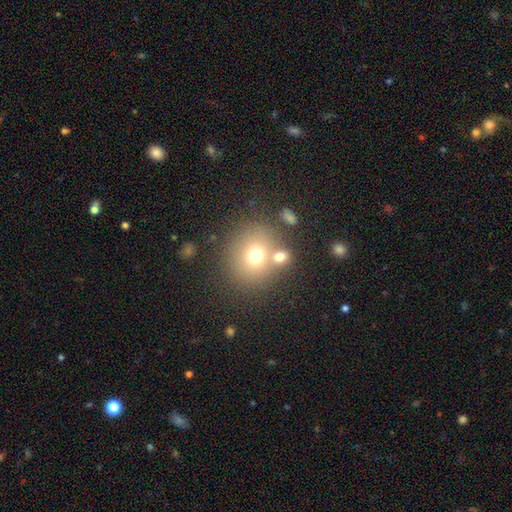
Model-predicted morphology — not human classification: smooth-or-featured: smooth: 70% | star or artifact: 15% | featured or disk: 15%
  how-rounded: round: 82% | in between: 17% | cigar-shaped: 1%
  merging: none: 63% | merger: 21% | minor disturbance: 10% | major disturbance: 5%